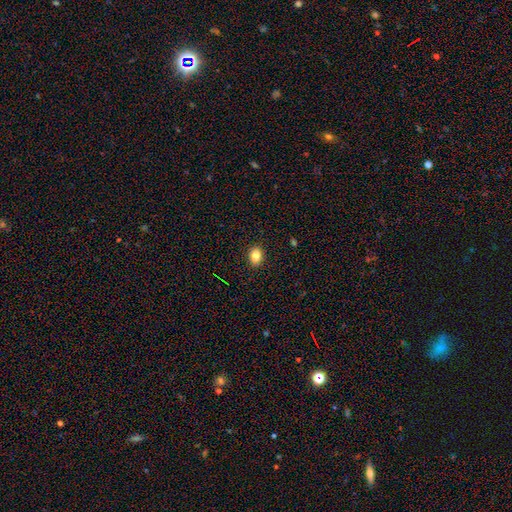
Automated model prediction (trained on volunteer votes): Overall: smooth (83%). How rounded: in between (71%). Merging: none (90%).